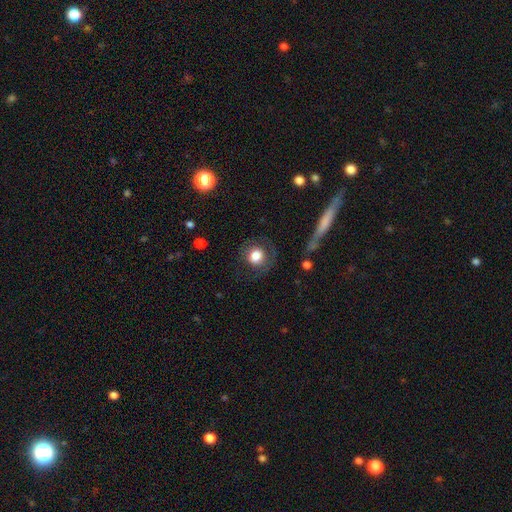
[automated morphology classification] Smooth or featured?
  - smooth: 73% *
  - featured or disk: 18%
  - star or artifact: 8%
How rounded?
  - round: 88% *
  - in between: 11%
  - cigar-shaped: 1%
Merging?
  - none: 69% *
  - minor disturbance: 15%
  - major disturbance: 14%
  - merger: 2%